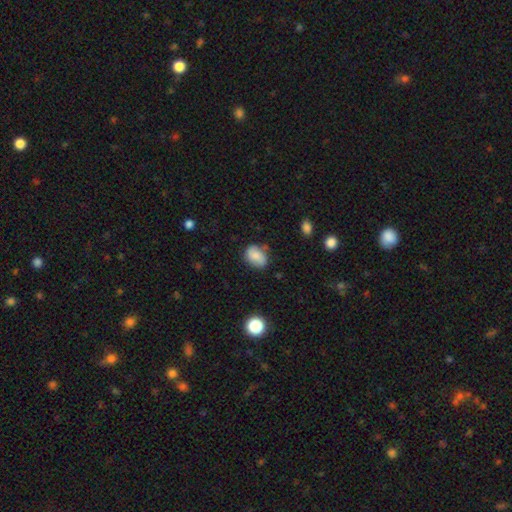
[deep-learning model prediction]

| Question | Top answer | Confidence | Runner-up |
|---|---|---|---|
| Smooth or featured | smooth | 71% | featured or disk (19%) |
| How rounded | in between | 69% | round (30%) |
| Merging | none | 66% | minor disturbance (24%) |